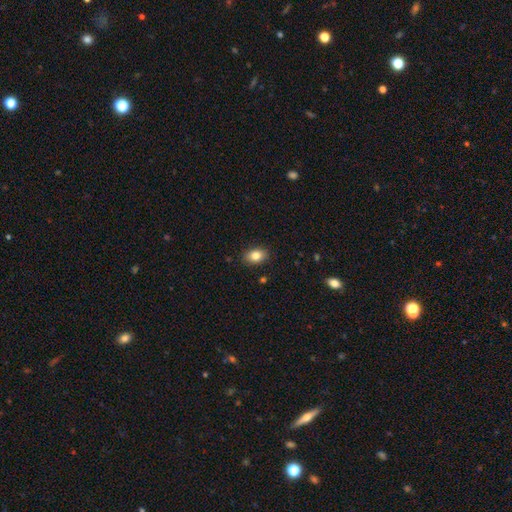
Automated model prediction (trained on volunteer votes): Smooth or featured: smooth — 83% (star or artifact — 9%)
How rounded: in between — 80% (round — 19%)
Merging: none — 88% (minor disturbance — 9%)